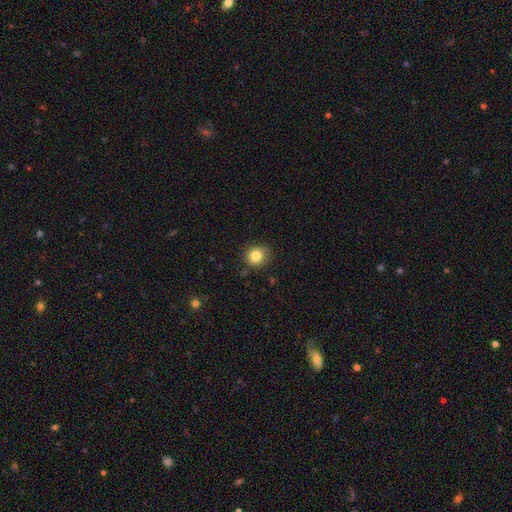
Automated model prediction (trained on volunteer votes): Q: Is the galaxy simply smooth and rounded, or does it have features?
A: smooth — 83%.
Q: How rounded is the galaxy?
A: round — 83%.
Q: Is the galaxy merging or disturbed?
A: none — 84%.